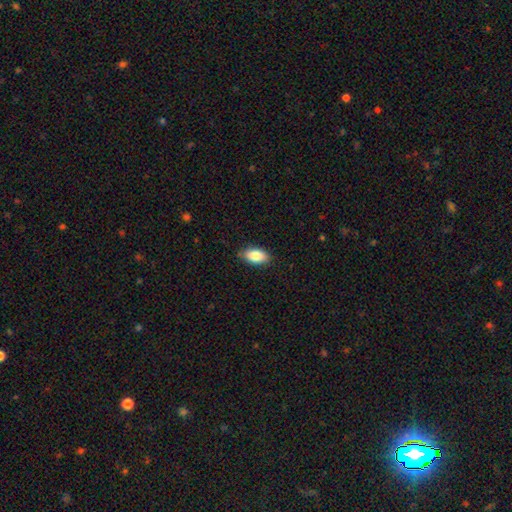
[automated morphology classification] This is clearly a smooth galaxy (85%). How rounded: clearly in between (92%). Merging: clearly none (86%).